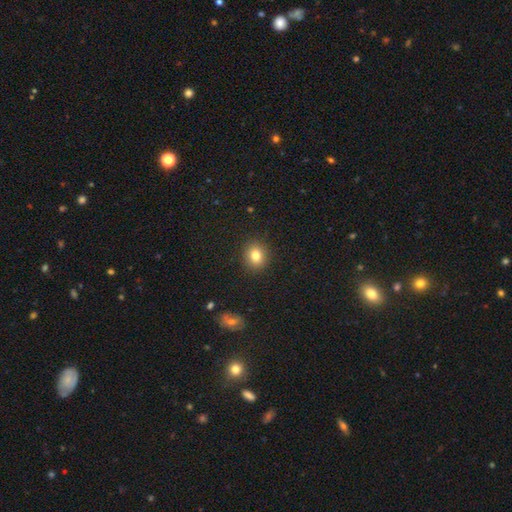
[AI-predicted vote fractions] smooth-or-featured: smooth: 81% | star or artifact: 11% | featured or disk: 8%
  how-rounded: round: 75% | in between: 24% | cigar-shaped: 1%
  merging: none: 90% | minor disturbance: 7% | major disturbance: 2% | merger: 1%